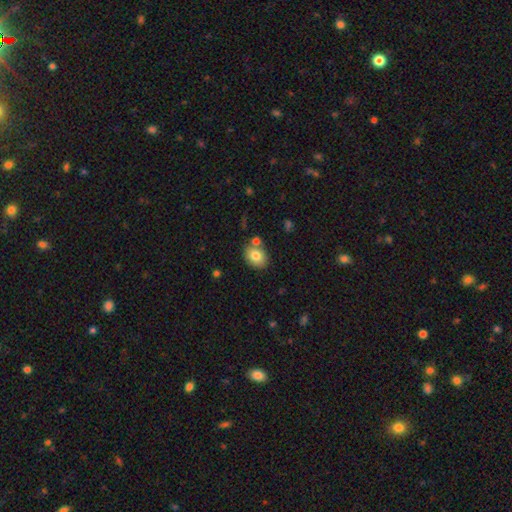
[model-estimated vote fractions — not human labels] A smooth galaxy with no disk features (79%) that is in between round and cigar-shaped (58%).

Vote fractions:
- Smooth or featured? smooth: 79% / featured or disk: 12% / star or artifact: 9%
- How rounded? in between: 58% / round: 41% / cigar-shaped: 1%
- Merging? none: 73% / merger: 13% / minor disturbance: 12% / major disturbance: 3%